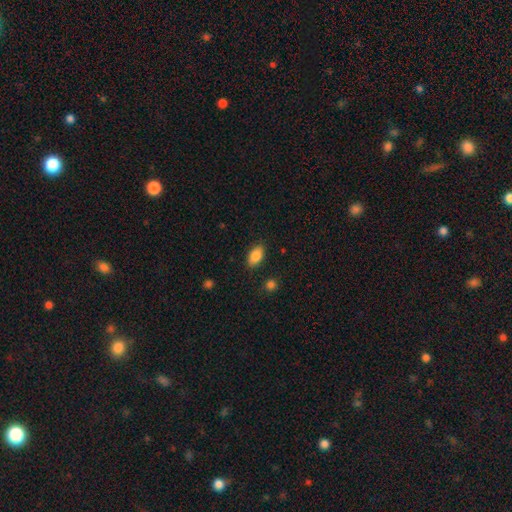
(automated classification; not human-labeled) A smooth galaxy with no disk features (86%) that is in between round and cigar-shaped (91%).

Vote fractions:
- Smooth or featured? smooth: 86% / star or artifact: 8% / featured or disk: 6%
- How rounded? in between: 91% / round: 6% / cigar-shaped: 3%
- Merging? none: 86% / minor disturbance: 10% / major disturbance: 3% / merger: 2%